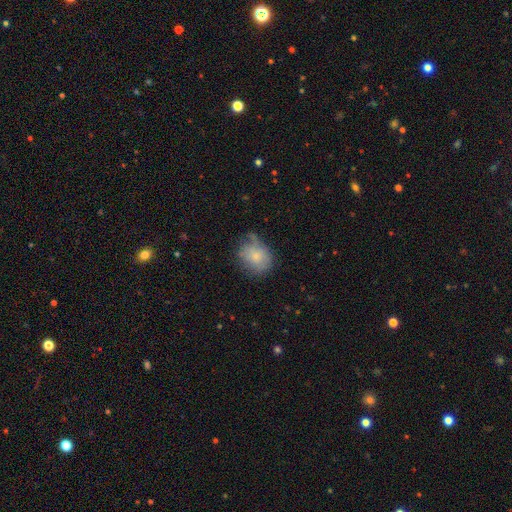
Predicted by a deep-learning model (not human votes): Morphology: type=smooth (72%); roundness=round (53%); merging=none (45%).